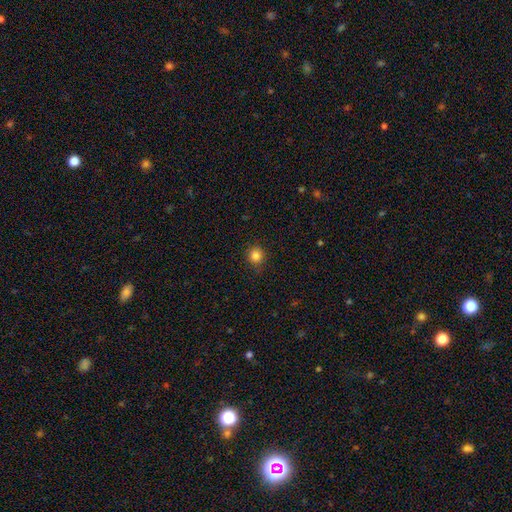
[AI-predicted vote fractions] This is clearly a smooth galaxy (84%). How rounded: clearly round (91%). Merging: clearly none (89%).